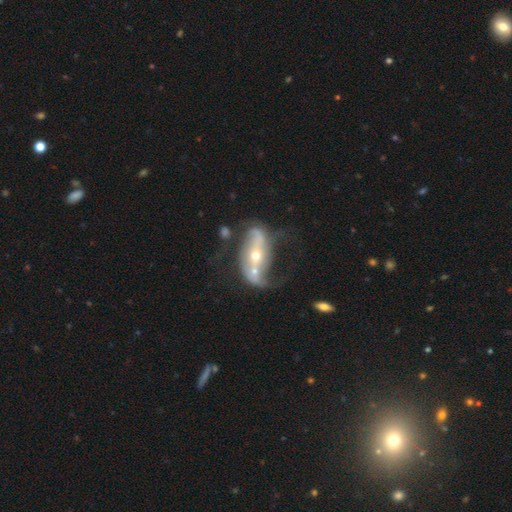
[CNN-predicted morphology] featured or disk 82%, smooth 12%, star or artifact 6%. Down the decision tree: edge-on disk — no (92%); bar — strong (43%); spiral arms — yes (83%); spiral arm count — 2 (87%); spiral winding — loose (63%); bulge size — small (49%); merging — none (44%).